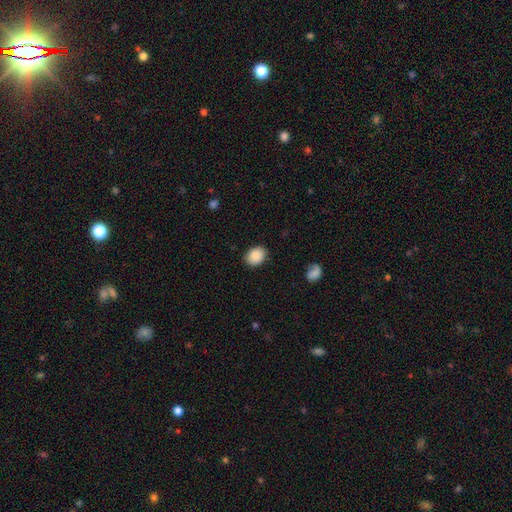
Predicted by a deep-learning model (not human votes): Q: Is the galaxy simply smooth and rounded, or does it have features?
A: smooth — 89%.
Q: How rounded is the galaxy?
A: in between — 56%.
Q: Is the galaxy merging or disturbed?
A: none — 87%.